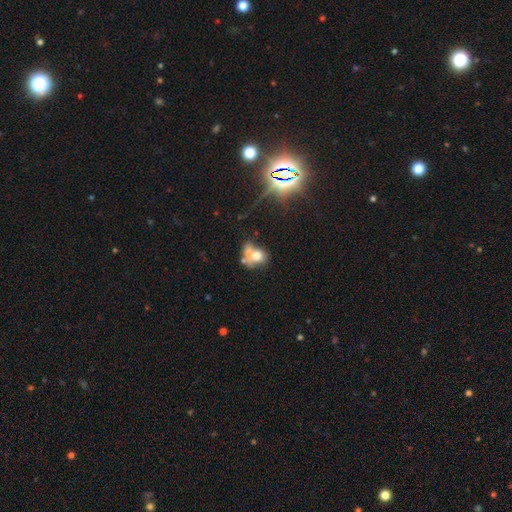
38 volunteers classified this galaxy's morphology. This appears to be a smooth galaxy with no disk features (71%) that is round (78%). Merging: none (46%).